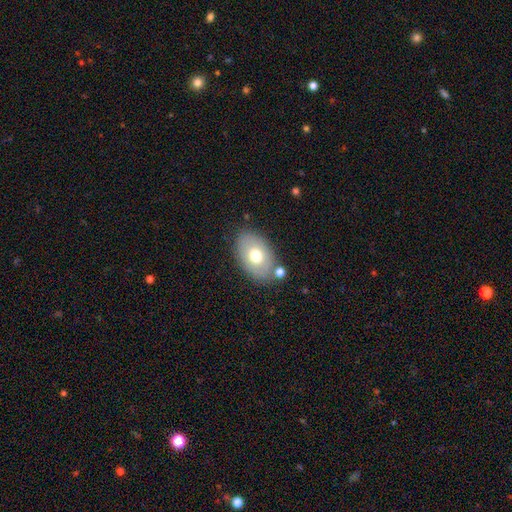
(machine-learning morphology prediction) This is likely a smooth galaxy (69%). How rounded: clearly in between (88%). Merging: likely none (77%).